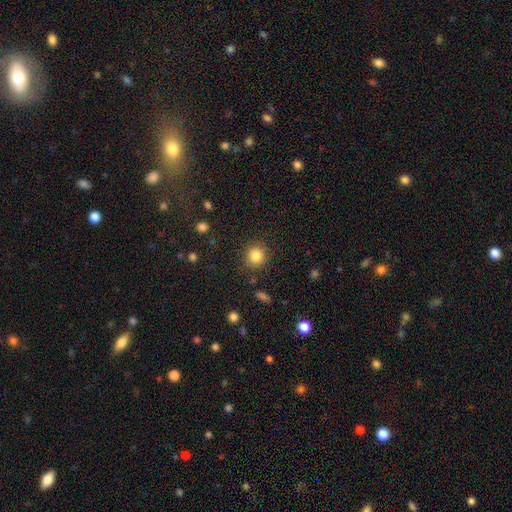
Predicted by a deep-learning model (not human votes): Morphology: type=smooth (83%); roundness=round (89%); merging=none (87%).